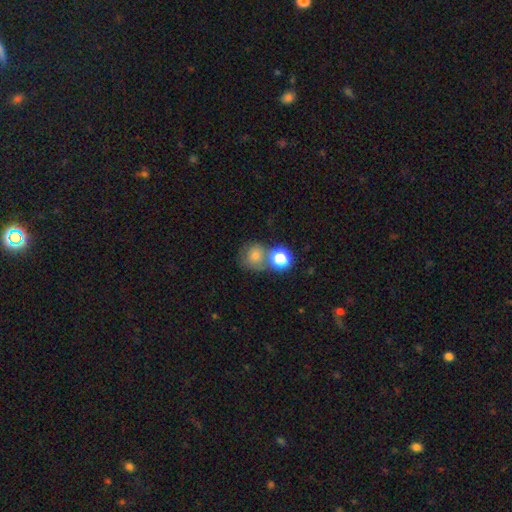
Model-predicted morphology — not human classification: Smooth or featured? Predicted: smooth (p=0.74). How rounded? Predicted: round (p=0.83). Merging? Predicted: none (p=0.48).